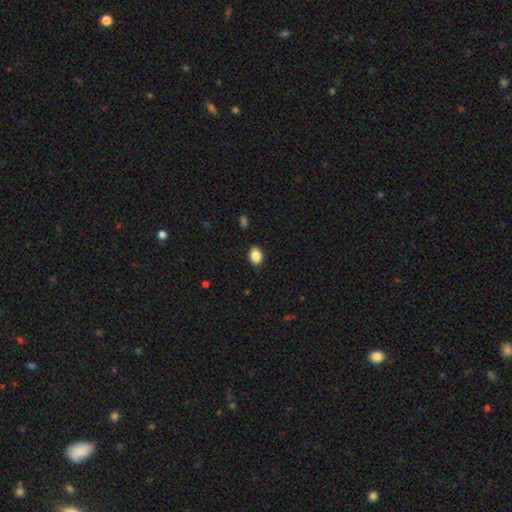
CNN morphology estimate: smooth-or-featured: smooth: 87% | star or artifact: 8% | featured or disk: 4%
  how-rounded: in between: 72% | round: 26% | cigar-shaped: 1%
  merging: none: 88% | minor disturbance: 9% | major disturbance: 2% | merger: 1%